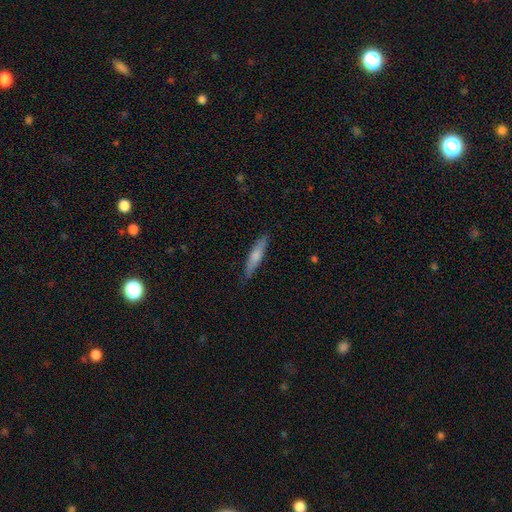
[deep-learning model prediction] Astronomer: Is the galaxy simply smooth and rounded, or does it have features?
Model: smooth — 67%.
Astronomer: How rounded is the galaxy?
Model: cigar-shaped — 86%.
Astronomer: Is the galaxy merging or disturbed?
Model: none — 84%.